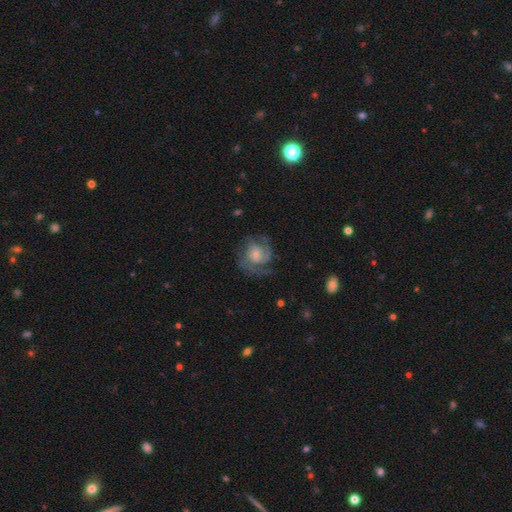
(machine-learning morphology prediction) smooth_or_featured: featured or disk (p=0.77) [alt: smooth p=0.15]
disk_edge_on: no (p=0.98) [alt: yes p=0.02]
bar: no (p=0.71) [alt: weak p=0.25]
has_spiral_arms: yes (p=0.93) [alt: no p=0.07]
spiral_winding: tight (p=0.48) [alt: medium p=0.40]
spiral_arm_count: 2 (p=0.38) [alt: 3 p=0.24]
bulge_size: small (p=0.43) [alt: moderate p=0.41]
merging: none (p=0.69) [alt: minor disturbance p=0.17]